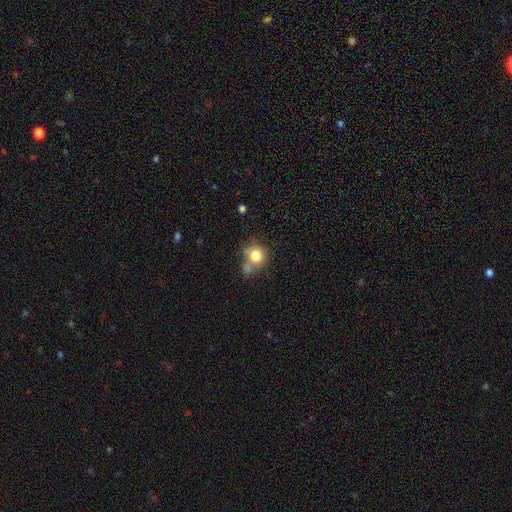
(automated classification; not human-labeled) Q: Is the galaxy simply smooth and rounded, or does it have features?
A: smooth — 78%.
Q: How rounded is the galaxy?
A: round — 79%.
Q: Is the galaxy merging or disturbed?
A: none — 45%.